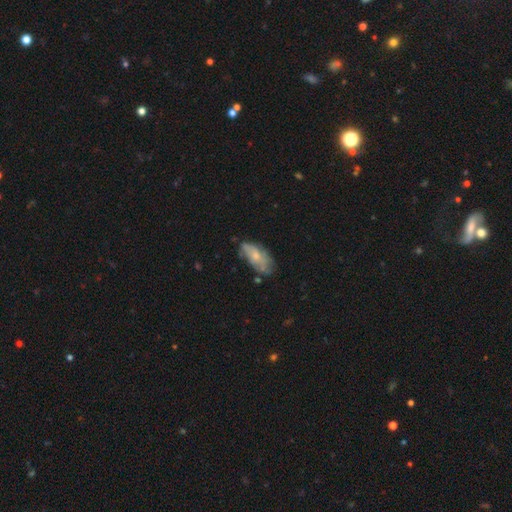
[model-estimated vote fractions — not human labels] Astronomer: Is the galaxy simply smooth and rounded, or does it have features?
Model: smooth — 52% (runner-up: featured or disk, 41%).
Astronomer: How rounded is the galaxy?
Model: in between — 89%.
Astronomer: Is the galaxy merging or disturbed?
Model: none — 53% (runner-up: minor disturbance, 31%).